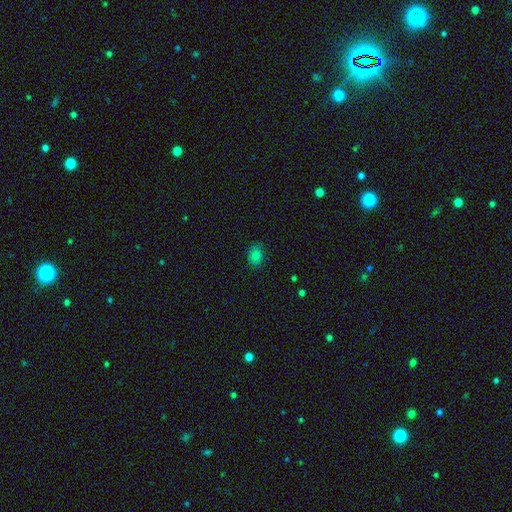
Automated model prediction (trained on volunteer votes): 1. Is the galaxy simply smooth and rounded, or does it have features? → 81% smooth, 14% star or artifact, 6% featured or disk.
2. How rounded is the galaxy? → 69% in between, 30% round, 1% cigar-shaped.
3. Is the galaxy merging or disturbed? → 82% none, 14% minor disturbance, 3% major disturbance, 1% merger.